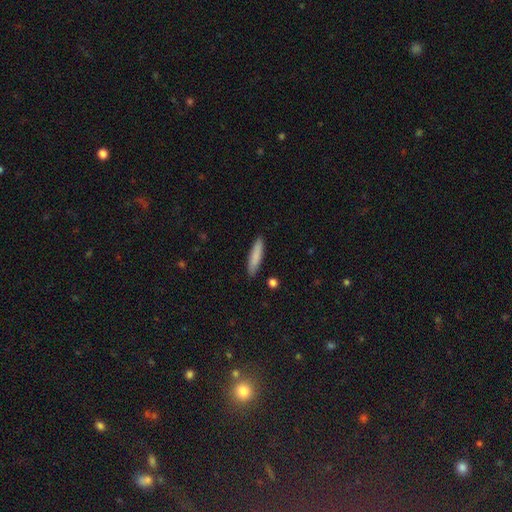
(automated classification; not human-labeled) A smooth galaxy with no disk features (81%) that is cigar-shaped (85%). Merging: none (89%).